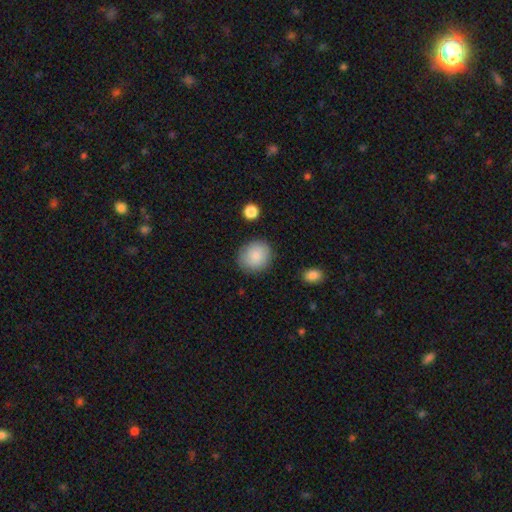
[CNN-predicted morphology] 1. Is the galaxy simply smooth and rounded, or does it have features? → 86% smooth, 7% star or artifact, 7% featured or disk.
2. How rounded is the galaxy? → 83% round, 16% in between, 1% cigar-shaped.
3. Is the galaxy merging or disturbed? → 85% none, 10% minor disturbance, 3% major disturbance, 2% merger.